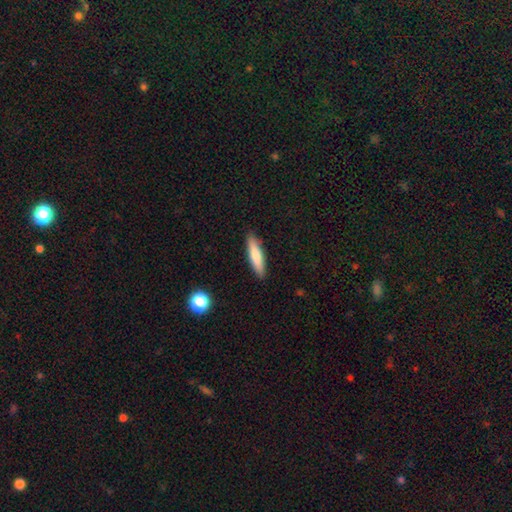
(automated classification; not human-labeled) smooth 75%, featured or disk 19%, star or artifact 6%. Down the decision tree: how rounded — cigar-shaped (80%); merging — none (90%).